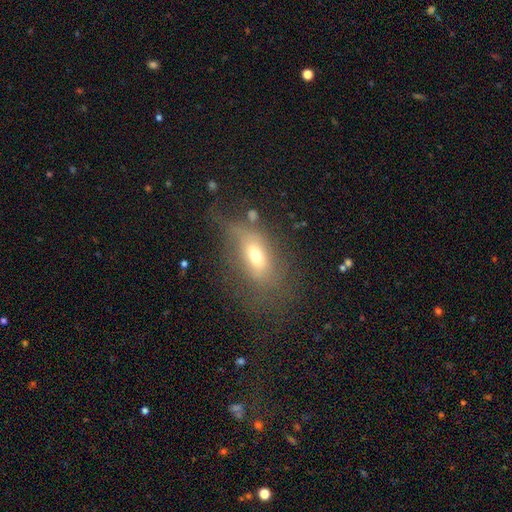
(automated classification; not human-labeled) Q: Smooth or featured?
A: smooth (57%); runner-up: featured or disk (30%)
Q: How rounded?
A: in between (80%); runner-up: round (11%)
Q: Merging?
A: none (47%); runner-up: minor disturbance (25%)